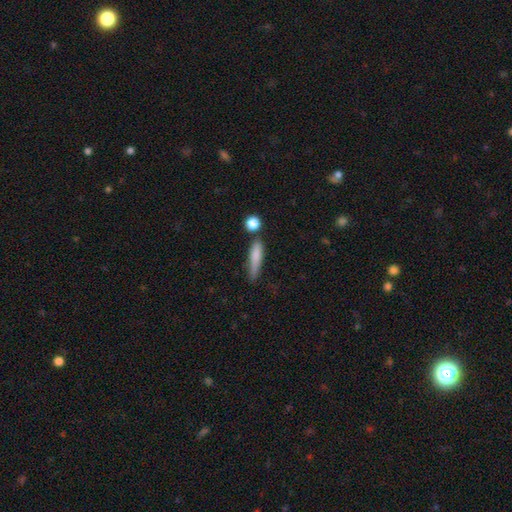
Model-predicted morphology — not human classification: The model was most divided on "merging": none: 58%, minor disturbance: 25%, merger: 10%, major disturbance: 7%. More confident: how rounded — cigar-shaped (77%); smooth or featured — smooth (77%).